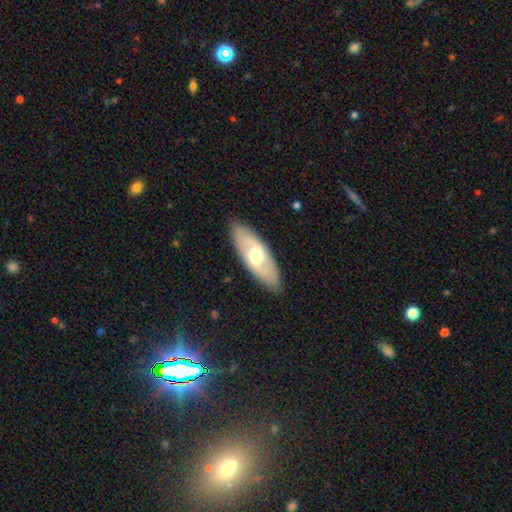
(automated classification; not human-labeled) A featured or disk galaxy (55%). Merging: none (87%).